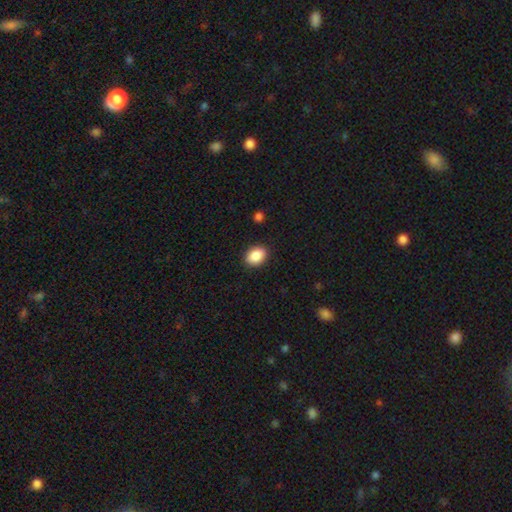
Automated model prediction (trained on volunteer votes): smooth-or-featured: smooth: 89% | star or artifact: 7% | featured or disk: 4%
  how-rounded: in between: 77% | round: 22% | cigar-shaped: 1%
  merging: none: 90% | minor disturbance: 7% | major disturbance: 2% | merger: 1%